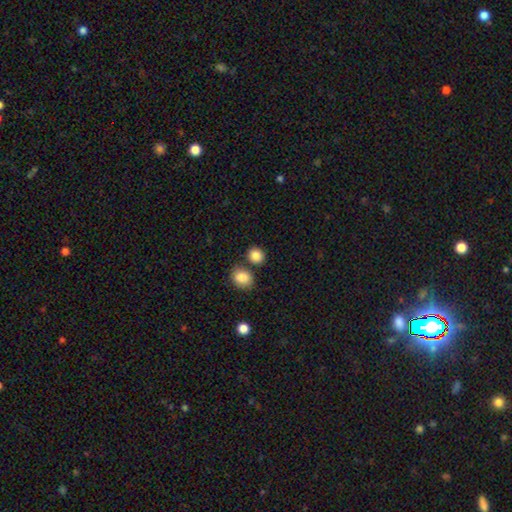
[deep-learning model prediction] The model was most divided on "how rounded": round: 75%, in between: 24%, cigar-shaped: 1%. More confident: smooth or featured — smooth (87%); merging — none (71%).